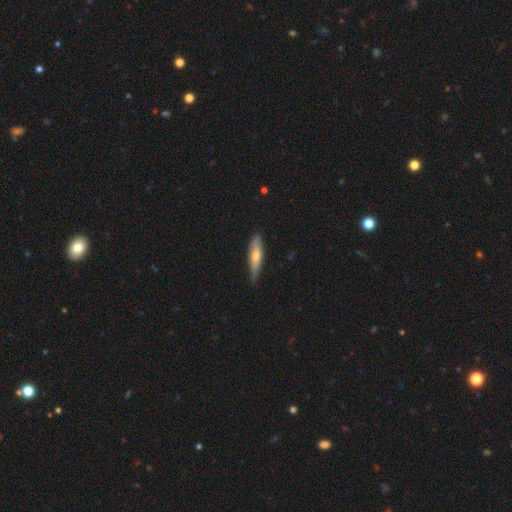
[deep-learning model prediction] Smooth or featured: smooth — 51% (featured or disk — 43%)
How rounded: cigar-shaped — 79% (in between — 19%)
Merging: none — 79% (minor disturbance — 18%)